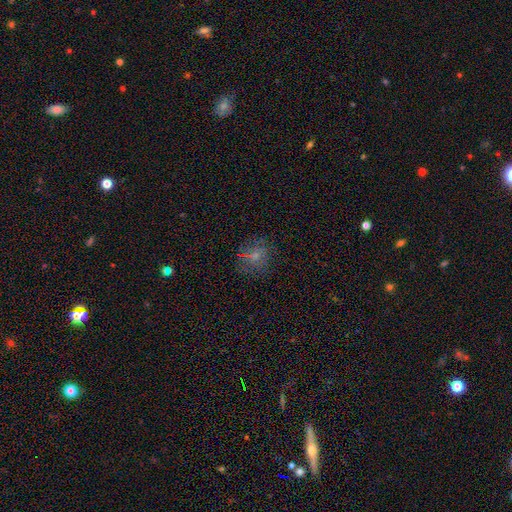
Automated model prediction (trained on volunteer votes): A smooth galaxy with no disk features (64%) that is round (76%).

Vote fractions:
- Smooth or featured? smooth: 64% / star or artifact: 20% / featured or disk: 16%
- How rounded? round: 76% / in between: 22% / cigar-shaped: 1%
- Merging? none: 74% / minor disturbance: 16% / major disturbance: 8% / merger: 2%